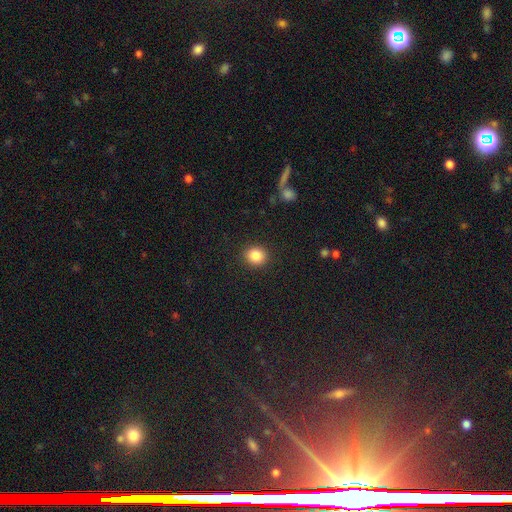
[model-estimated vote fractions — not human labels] A smooth galaxy with no disk features (86%) that is round (80%).

Vote fractions:
- Smooth or featured? smooth: 86% / star or artifact: 10% / featured or disk: 4%
- How rounded? round: 80% / in between: 19% / cigar-shaped: 1%
- Merging? none: 91% / minor disturbance: 6% / major disturbance: 2% / merger: 1%